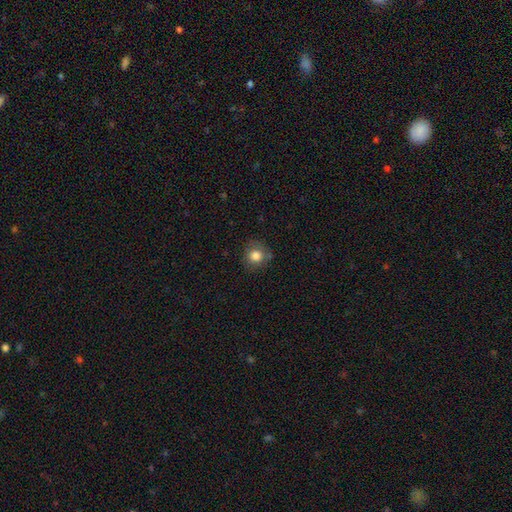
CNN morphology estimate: This is clearly a smooth galaxy (81%). How rounded: clearly round (87%). Merging: likely none (75%).